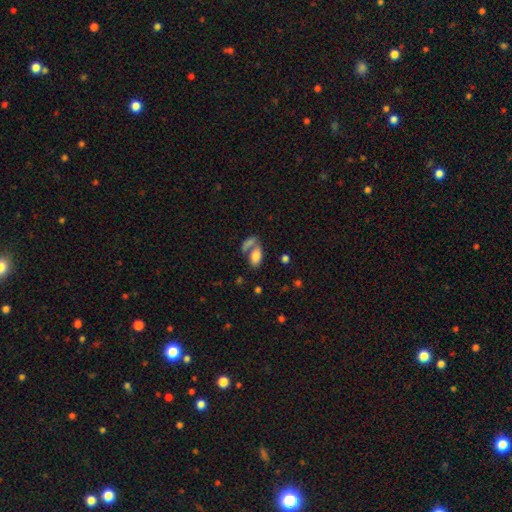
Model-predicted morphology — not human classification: Smooth or featured: smooth — 78% (featured or disk — 14%)
How rounded: in between — 91% (round — 6%)
Merging: merger — 42% (none — 41%)